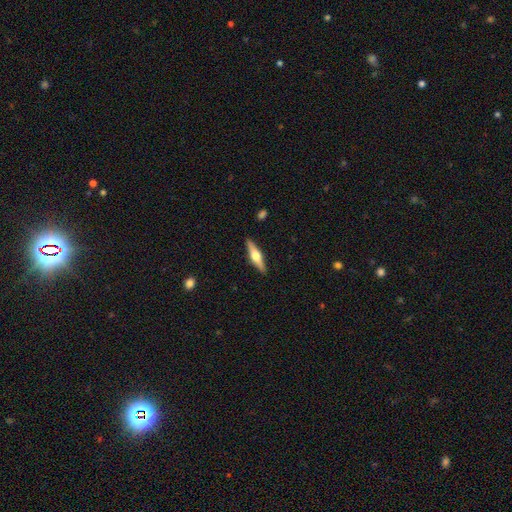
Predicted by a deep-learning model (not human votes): This appears to be a featured or disk galaxy (63%) viewed edge-on (97%) with a rounded central bulge (93%). Merging: none (91%).